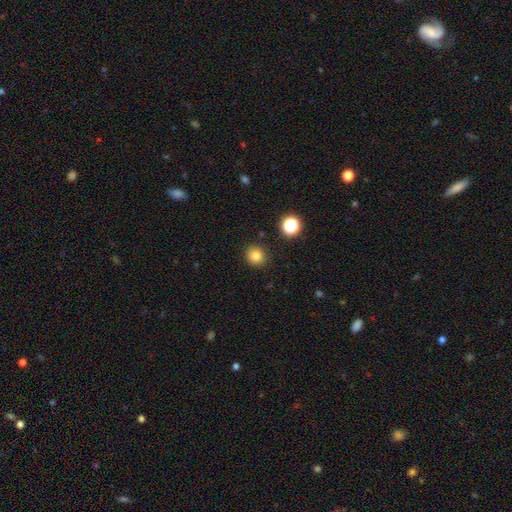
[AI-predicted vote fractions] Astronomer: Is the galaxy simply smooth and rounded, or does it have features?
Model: smooth — 82%.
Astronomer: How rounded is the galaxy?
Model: round — 89%.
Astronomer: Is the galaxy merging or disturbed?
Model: none — 90%.